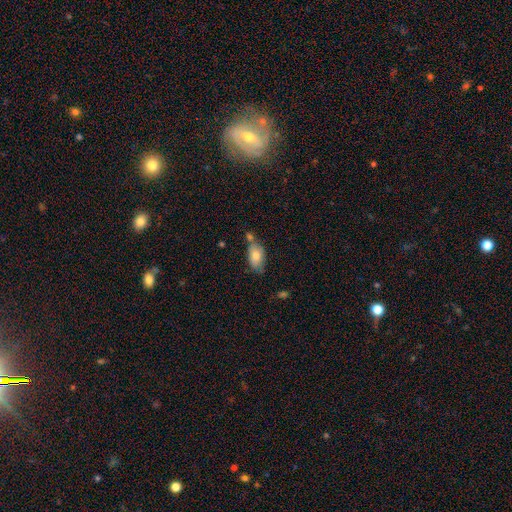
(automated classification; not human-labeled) Q: Smooth or featured?
A: smooth (78%); runner-up: featured or disk (15%)
Q: How rounded?
A: in between (91%); runner-up: round (6%)
Q: Merging?
A: none (54%); runner-up: minor disturbance (21%)